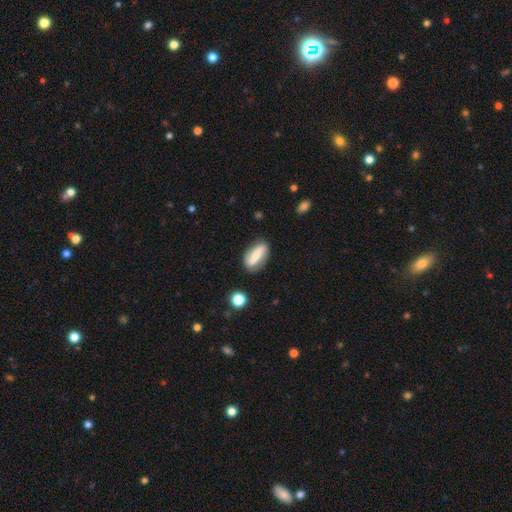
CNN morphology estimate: Smooth or featured?
  - smooth: 54% *
  - featured or disk: 39%
  - star or artifact: 7%
How rounded?
  - in between: 72% *
  - cigar-shaped: 23%
  - round: 5%
Merging?
  - none: 80% *
  - minor disturbance: 14%
  - major disturbance: 4%
  - merger: 2%